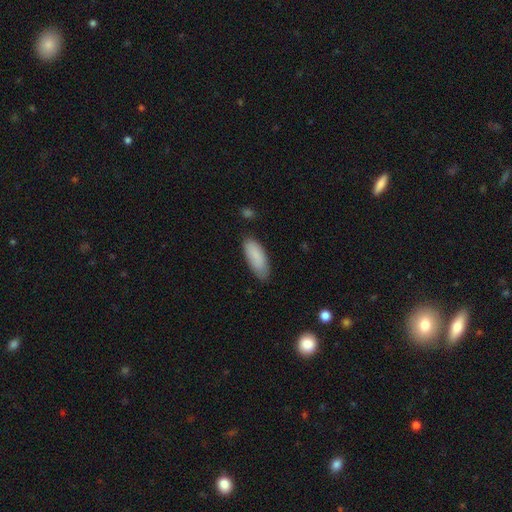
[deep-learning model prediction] Smooth or featured? smooth (87%)
How rounded? in between (74%)
Merging? none (75%)